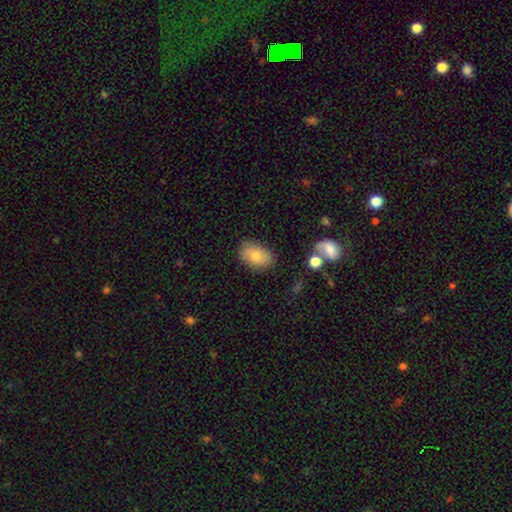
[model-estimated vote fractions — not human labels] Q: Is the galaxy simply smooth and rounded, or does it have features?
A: smooth — 75%.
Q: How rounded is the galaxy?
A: in between — 88%.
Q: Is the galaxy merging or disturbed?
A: none — 79%.